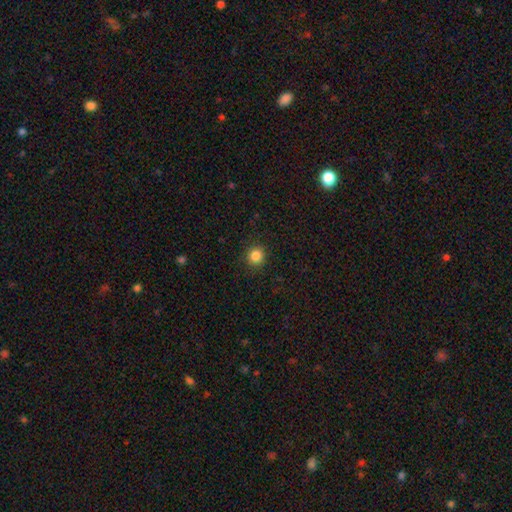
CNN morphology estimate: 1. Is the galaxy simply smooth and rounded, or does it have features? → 84% smooth, 11% star or artifact, 4% featured or disk.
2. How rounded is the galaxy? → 93% round, 6% in between, 1% cigar-shaped.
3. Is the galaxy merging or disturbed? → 92% none, 6% minor disturbance, 2% major disturbance, 1% merger.